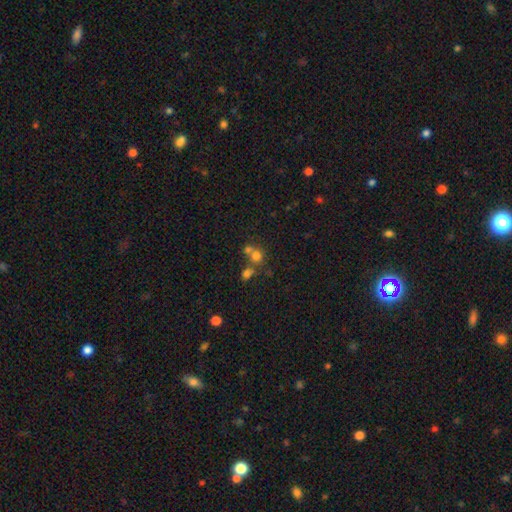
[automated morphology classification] smooth 68%, star or artifact 18%, featured or disk 14%. Down the decision tree: how rounded — round (77%); merging — merger (46%).